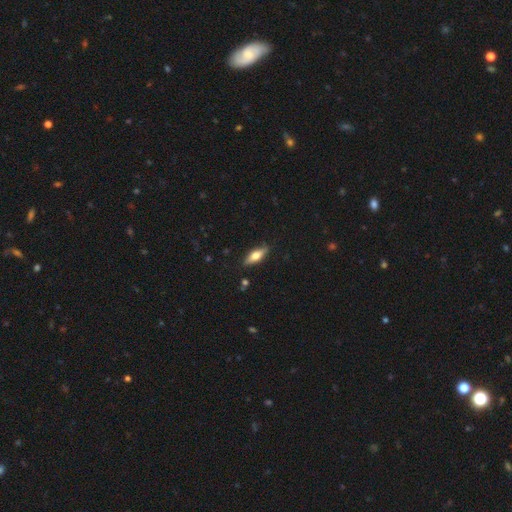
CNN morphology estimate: smooth-or-featured: smooth: 52% | featured or disk: 42% | star or artifact: 6%
  how-rounded: in between: 51% | cigar-shaped: 46% | round: 3%
  merging: none: 86% | minor disturbance: 11% | major disturbance: 2% | merger: 1%